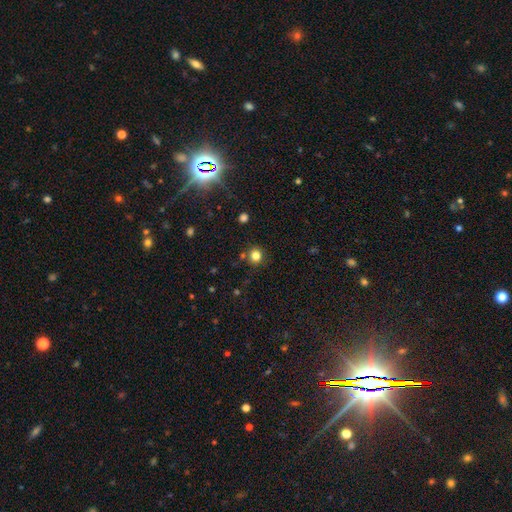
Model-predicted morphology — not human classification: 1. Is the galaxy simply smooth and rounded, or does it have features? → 81% smooth, 14% star or artifact, 5% featured or disk.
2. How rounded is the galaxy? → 90% round, 9% in between, 1% cigar-shaped.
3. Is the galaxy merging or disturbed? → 84% none, 8% minor disturbance, 5% merger, 3% major disturbance.